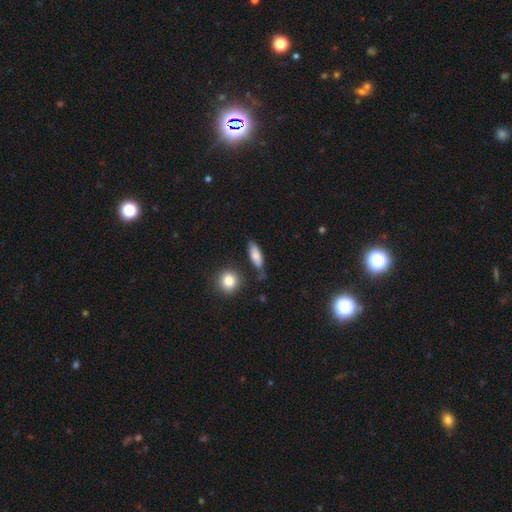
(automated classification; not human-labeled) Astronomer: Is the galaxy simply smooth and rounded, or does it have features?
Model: smooth — 78%.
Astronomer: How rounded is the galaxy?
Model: in between — 65%.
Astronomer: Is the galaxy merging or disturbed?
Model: none — 65%.